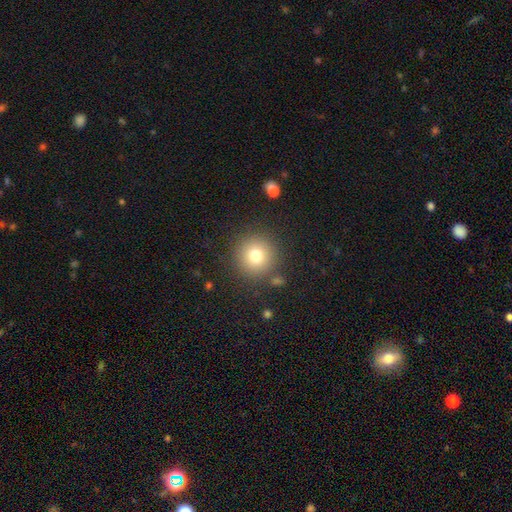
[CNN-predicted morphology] Smooth or featured?
  - smooth: 77% *
  - star or artifact: 13%
  - featured or disk: 10%
How rounded?
  - round: 95% *
  - in between: 4%
  - cigar-shaped: 1%
Merging?
  - none: 87% *
  - minor disturbance: 7%
  - major disturbance: 3%
  - merger: 3%